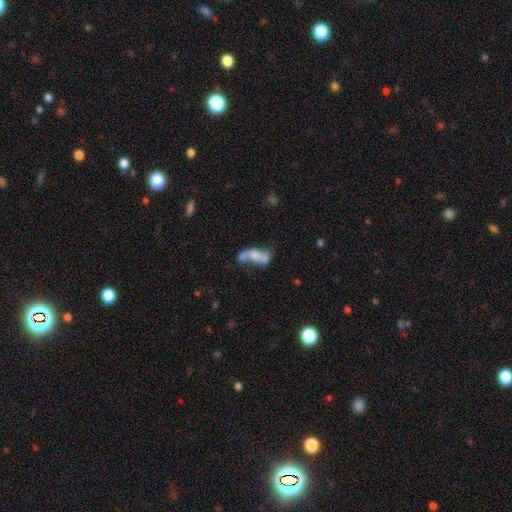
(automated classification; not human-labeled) A smooth galaxy with no disk features (48%).

Vote fractions:
- Smooth or featured? smooth: 48% / featured or disk: 43% / star or artifact: 10%
- Merging? merger: 31% / none: 28% / major disturbance: 22% / minor disturbance: 18%